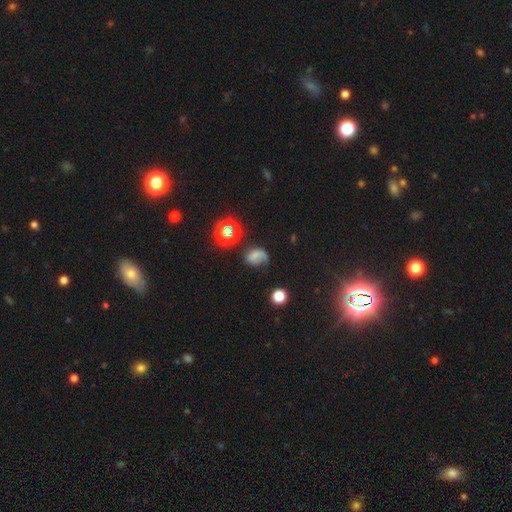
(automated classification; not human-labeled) Smooth or featured? smooth (43%)
Merging? none (40%)